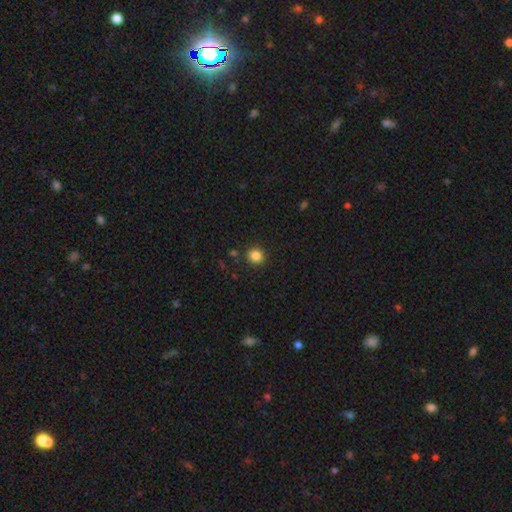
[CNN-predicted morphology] type=smooth (84%); roundness=round (92%); merging=none (90%).